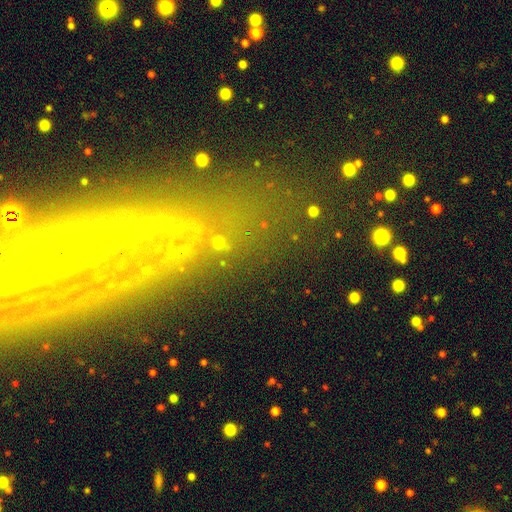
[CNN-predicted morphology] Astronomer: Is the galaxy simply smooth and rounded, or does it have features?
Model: featured or disk — 51% (runner-up: star or artifact, 27%).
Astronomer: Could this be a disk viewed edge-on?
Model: no — 51% (runner-up: yes, 49%).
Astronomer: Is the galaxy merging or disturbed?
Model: none — 60%.